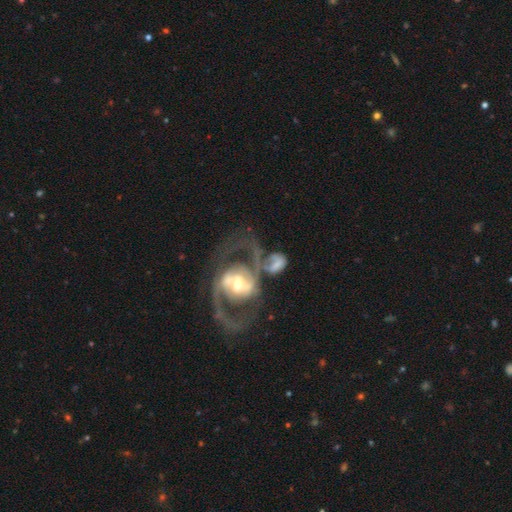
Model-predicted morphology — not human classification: smooth-or-featured: featured or disk: 87% | smooth: 7% | star or artifact: 6%
  disk-edge-on: no: 97% | yes: 3%
    bar: weak: 39% | strong: 31% | no: 31%
    has-spiral-arms: yes: 92% | no: 8%
      spiral-winding: medium: 54% | loose: 29% | tight: 16%
      spiral-arm-count: 2: 89% | can't tell: 4% | 1: 3% | 3: 2% | 4: 1% | more than 4: 1%
    bulge-size: moderate: 55% | small: 27% | large: 14% | dominant: 2% | none: 2%
  merging: none: 47% | merger: 24% | major disturbance: 16% | minor disturbance: 14%